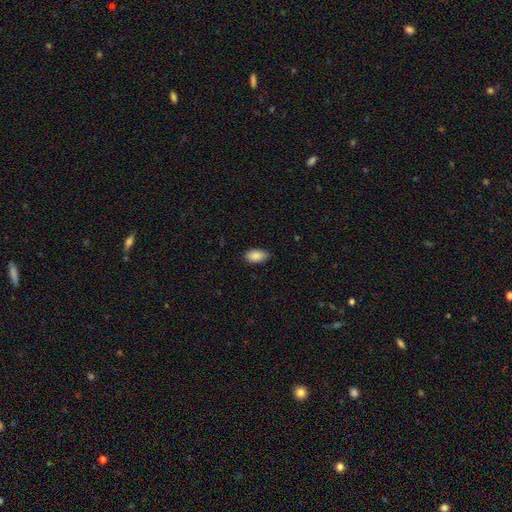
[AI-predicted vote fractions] A smooth galaxy with no disk features (87%) that is in between round and cigar-shaped (94%). Merging: none (77%).